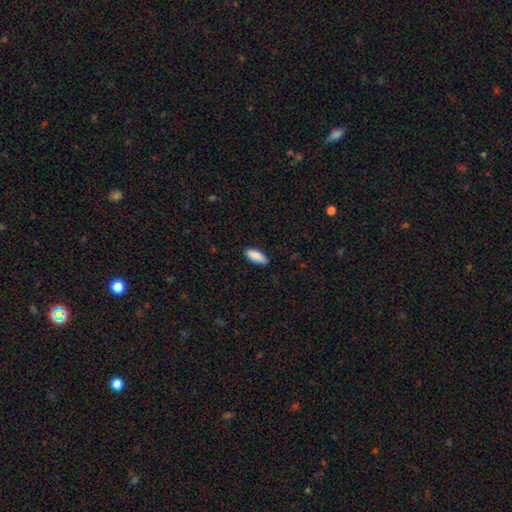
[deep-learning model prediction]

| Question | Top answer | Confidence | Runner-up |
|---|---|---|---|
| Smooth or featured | smooth | 88% | featured or disk (6%) |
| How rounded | in between | 78% | cigar-shaped (21%) |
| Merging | none | 86% | minor disturbance (11%) |